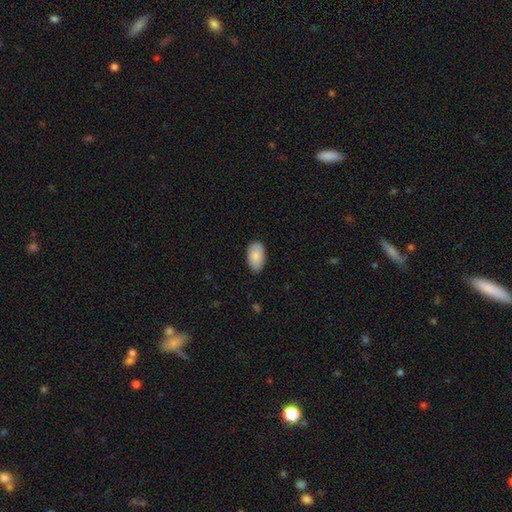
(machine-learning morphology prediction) This is clearly a smooth galaxy (88%). How rounded: clearly in between (94%). Merging: clearly none (84%).